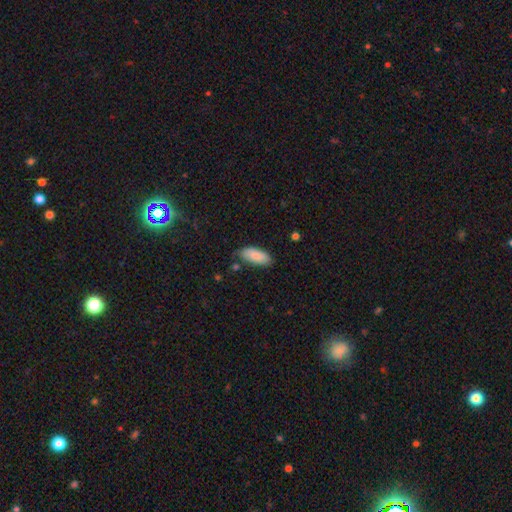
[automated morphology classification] The model was most divided on "merging": none: 70%, minor disturbance: 22%, major disturbance: 4%, merger: 3%. More confident: smooth or featured — smooth (86%); how rounded — in between (86%).